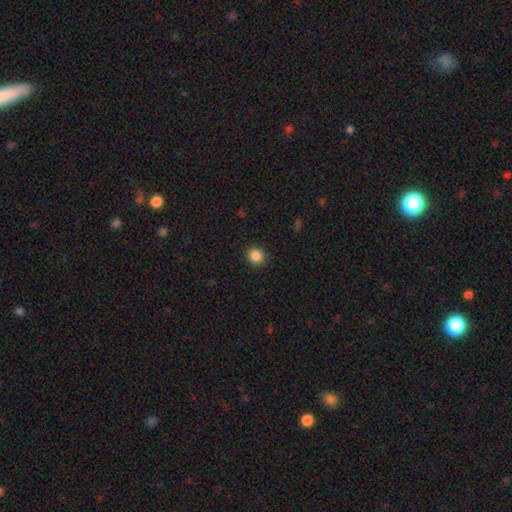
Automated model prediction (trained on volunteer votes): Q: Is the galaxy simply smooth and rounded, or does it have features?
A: smooth — 86%.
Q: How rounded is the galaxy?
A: round — 89%.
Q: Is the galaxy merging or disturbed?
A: none — 91%.